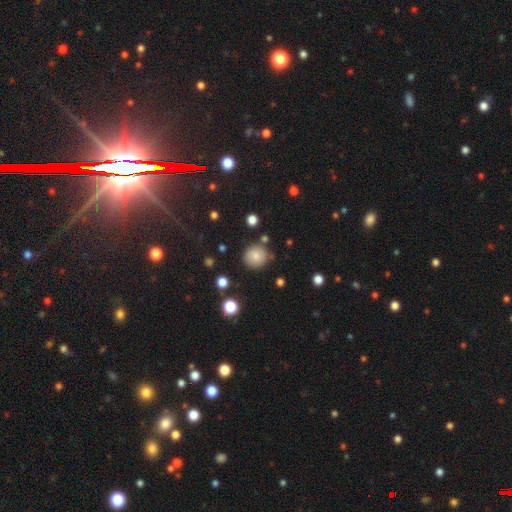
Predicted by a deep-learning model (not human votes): Q: Smooth or featured?
A: smooth (81%); runner-up: star or artifact (11%)
Q: How rounded?
A: round (91%); runner-up: in between (9%)
Q: Merging?
A: none (80%); runner-up: minor disturbance (12%)